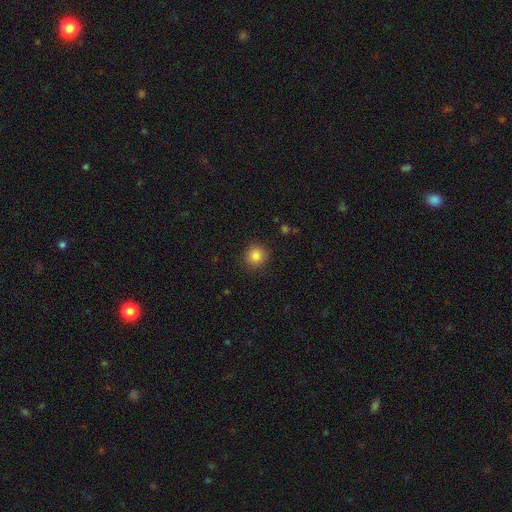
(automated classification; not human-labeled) Smooth or featured? smooth (85%)
How rounded? round (92%)
Merging? none (90%)